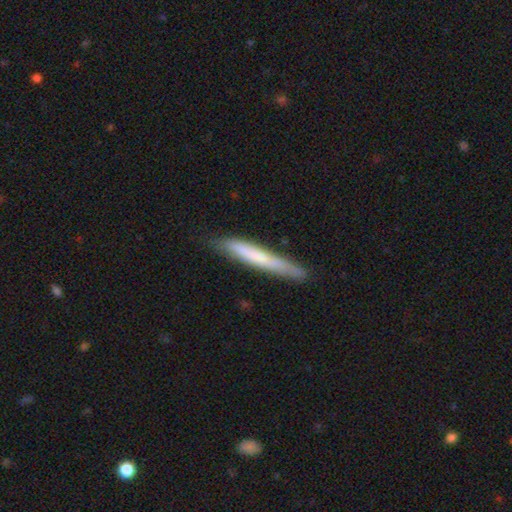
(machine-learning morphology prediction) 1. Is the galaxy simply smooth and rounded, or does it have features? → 62% smooth, 32% featured or disk, 6% star or artifact.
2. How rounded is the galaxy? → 95% cigar-shaped, 4% in between, 1% round.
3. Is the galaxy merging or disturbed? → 76% none, 19% minor disturbance, 3% major disturbance, 2% merger.